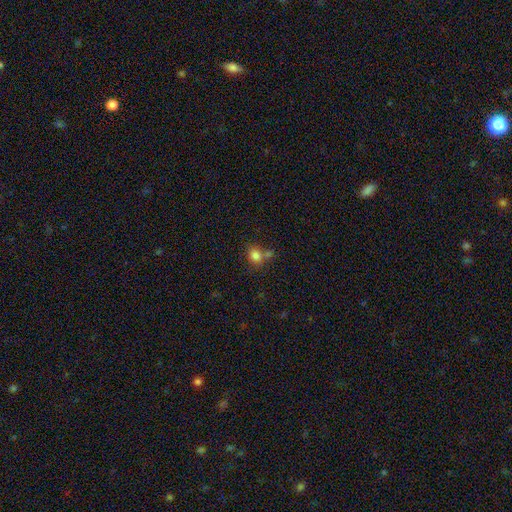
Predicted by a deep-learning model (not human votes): This is clearly a smooth galaxy (81%). How rounded: likely round (71%). Merging: possibly none (54%).